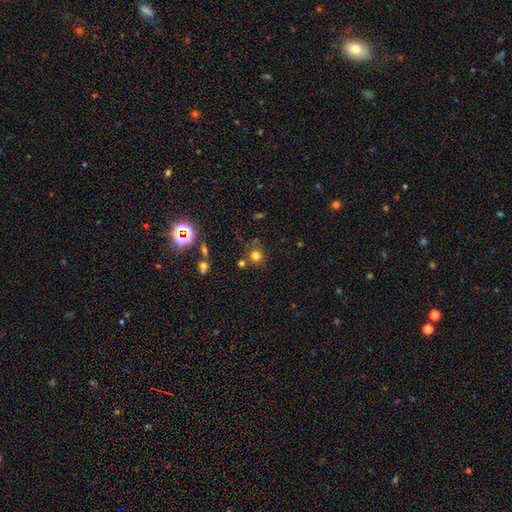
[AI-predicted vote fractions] This appears to be a smooth galaxy with no disk features (74%) that is round (89%). Merging: none (72%).